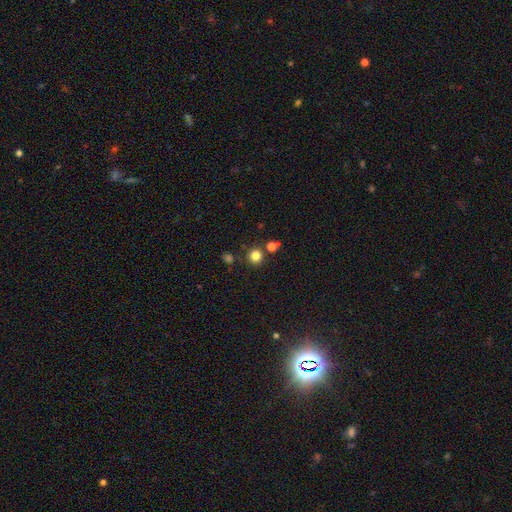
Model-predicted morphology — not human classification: Q: Smooth or featured?
A: smooth (81%); runner-up: star or artifact (14%)
Q: How rounded?
A: round (93%); runner-up: in between (6%)
Q: Merging?
A: none (84%); runner-up: merger (7%)